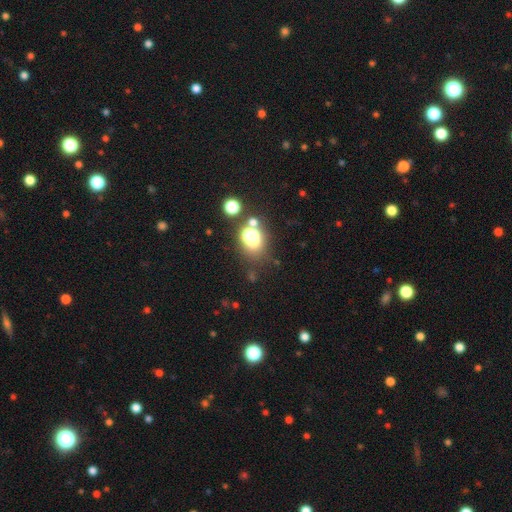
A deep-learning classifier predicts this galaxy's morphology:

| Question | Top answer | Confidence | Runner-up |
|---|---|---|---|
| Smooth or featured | smooth | 51% | star or artifact (40%) |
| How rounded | in between | 49% | tied: round (49%) |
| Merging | none | 70% | minor disturbance (12%) |